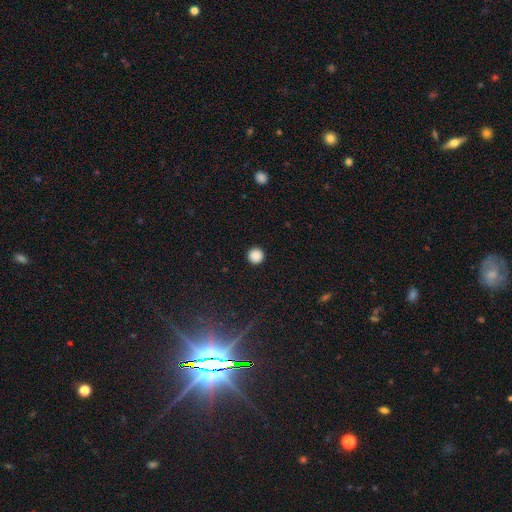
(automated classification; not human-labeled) Smooth or featured? smooth (88%)
How rounded? round (97%)
Merging? none (93%)